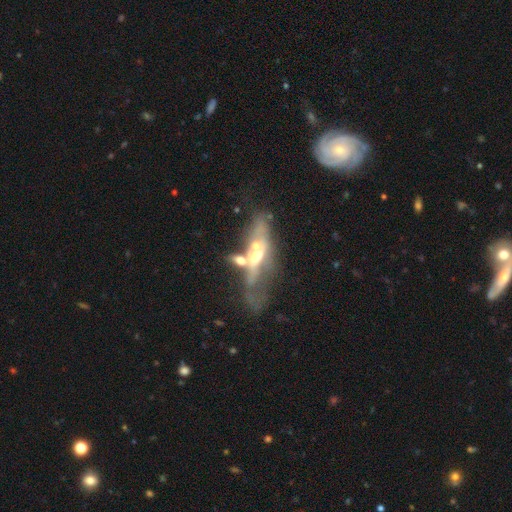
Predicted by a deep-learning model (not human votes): A featured or disk galaxy (60%).

Vote fractions:
- Smooth or featured? featured or disk: 60% / smooth: 30% / star or artifact: 10%
- Edge-on disk? no: 61% / yes: 39%
- Merging? merger: 47% / major disturbance: 23% / none: 18% / minor disturbance: 12%